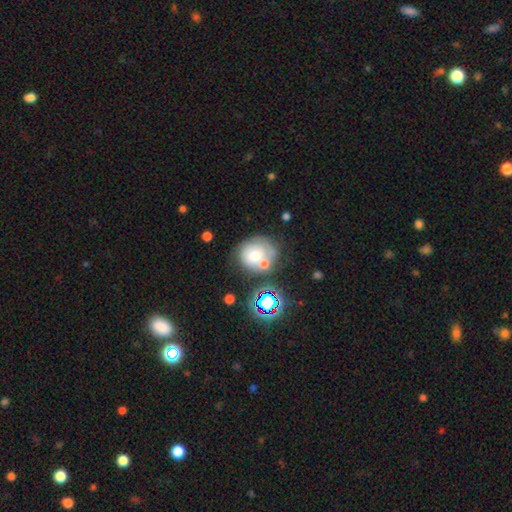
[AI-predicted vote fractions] This appears to be a smooth galaxy with no disk features (52%) that is round (69%). Merging: none (44%).